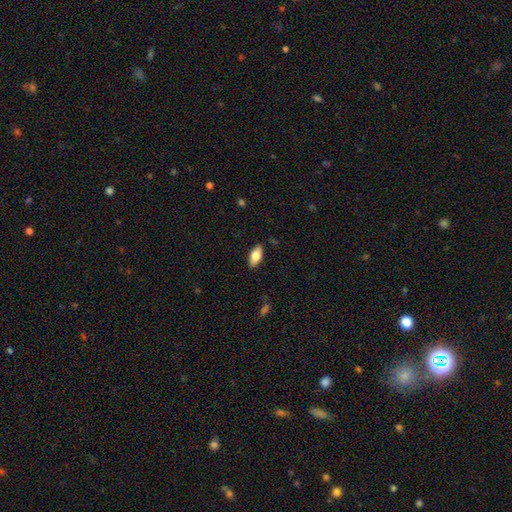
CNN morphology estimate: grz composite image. It shows a smooth galaxy with no disk features (76%) that is in between round and cigar-shaped (87%). Merging: none (87%).